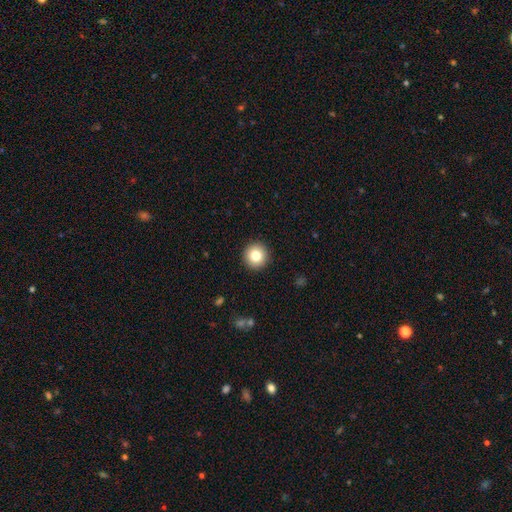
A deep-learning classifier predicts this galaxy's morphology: A smooth galaxy with no disk features (80%) that is round (95%).

Vote fractions:
- Smooth or featured? smooth: 80% / star or artifact: 10% / featured or disk: 9%
- How rounded? round: 95% / in between: 4% / cigar-shaped: 1%
- Merging? none: 93% / minor disturbance: 5% / major disturbance: 2% / merger: 1%